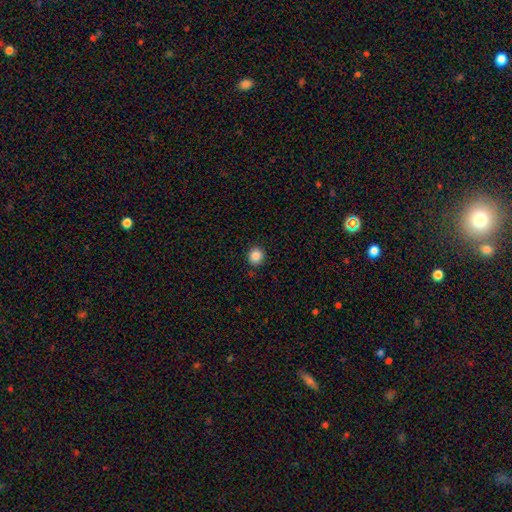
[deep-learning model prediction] Smooth or featured: smooth — 86% (star or artifact — 10%)
How rounded: round — 90% (in between — 10%)
Merging: none — 90% (minor disturbance — 7%)